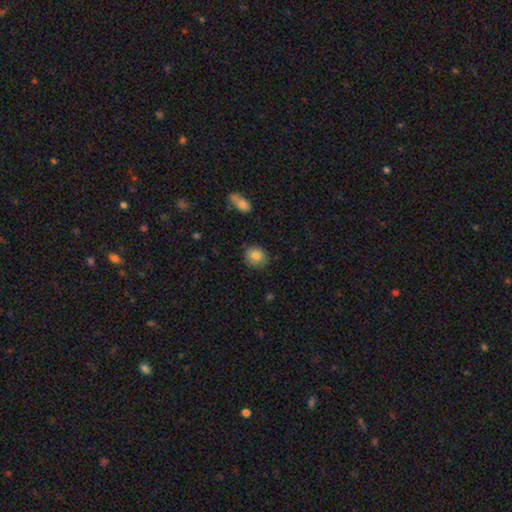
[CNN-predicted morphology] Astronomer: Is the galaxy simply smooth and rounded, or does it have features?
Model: smooth — 83%.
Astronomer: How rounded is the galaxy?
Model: round — 77%.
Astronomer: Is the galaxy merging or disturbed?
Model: none — 84%.